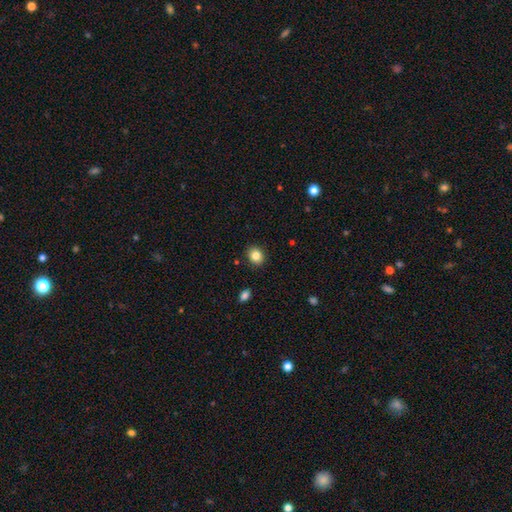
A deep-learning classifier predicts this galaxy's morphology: Smooth or featured?
  - smooth: 84% *
  - star or artifact: 10%
  - featured or disk: 6%
How rounded?
  - round: 67% *
  - in between: 32%
  - cigar-shaped: 1%
Merging?
  - none: 89% *
  - minor disturbance: 7%
  - major disturbance: 2%
  - merger: 1%